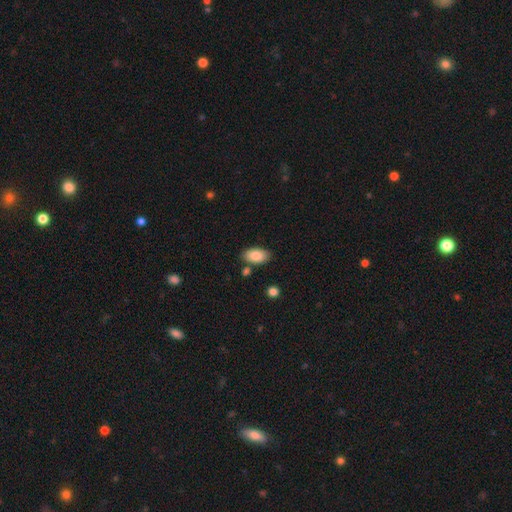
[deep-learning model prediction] smooth-or-featured: smooth: 87% | featured or disk: 7% | star or artifact: 7%
  how-rounded: in between: 94% | round: 4% | cigar-shaped: 2%
  merging: none: 80% | minor disturbance: 12% | merger: 6% | major disturbance: 3%